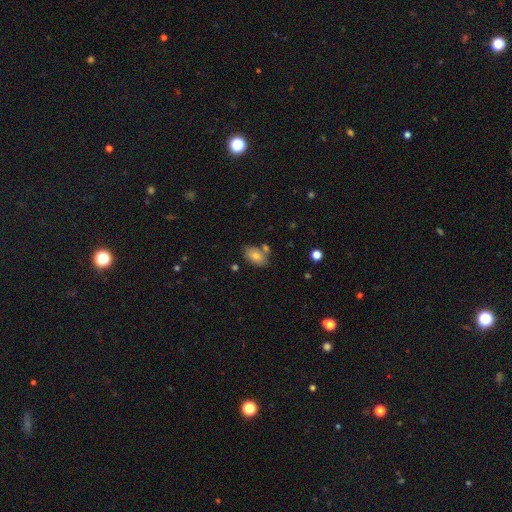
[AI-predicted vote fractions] Overall: smooth (76%). How rounded: in between (87%). Merging: none (67%).